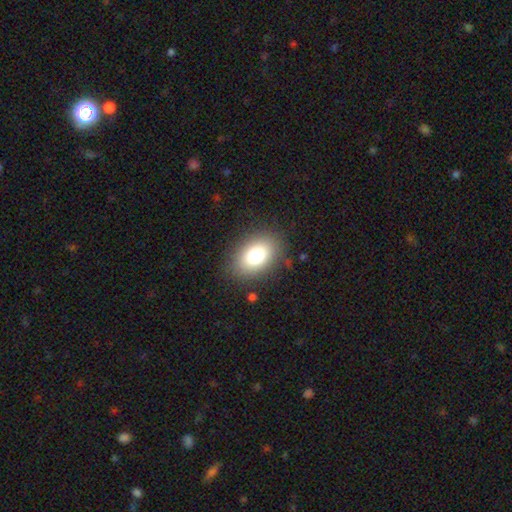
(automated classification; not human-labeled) smooth 78%, featured or disk 12%, star or artifact 10%. Down the decision tree: how rounded — in between (80%); merging — none (84%).